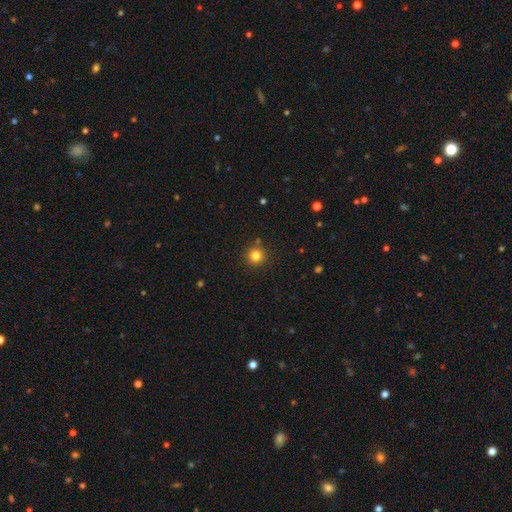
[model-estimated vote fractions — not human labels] The model was most divided on "smooth or featured": smooth: 81%, star or artifact: 13%, featured or disk: 5%. More confident: how rounded — round (95%); merging — none (86%).